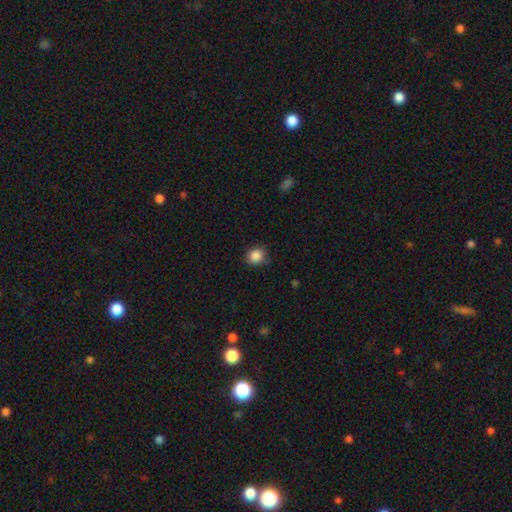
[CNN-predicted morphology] Q: Smooth or featured?
A: smooth (87%); runner-up: star or artifact (10%)
Q: How rounded?
A: round (79%); runner-up: in between (21%)
Q: Merging?
A: none (81%); runner-up: minor disturbance (15%)